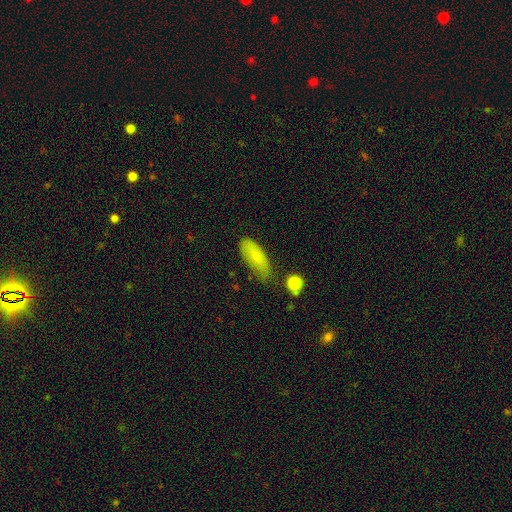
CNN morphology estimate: The model was most divided on "merging": none: 60%, minor disturbance: 29%, major disturbance: 7%, merger: 3%. More confident: smooth or featured — smooth (80%); how rounded — in between (74%).